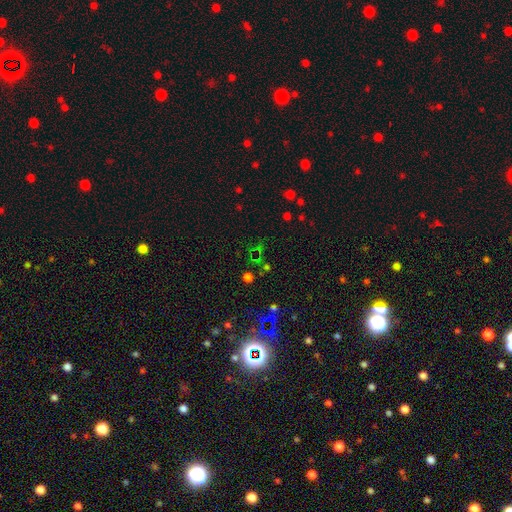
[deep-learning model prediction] Q: Smooth or featured?
A: star or artifact (59%); runner-up: smooth (31%)